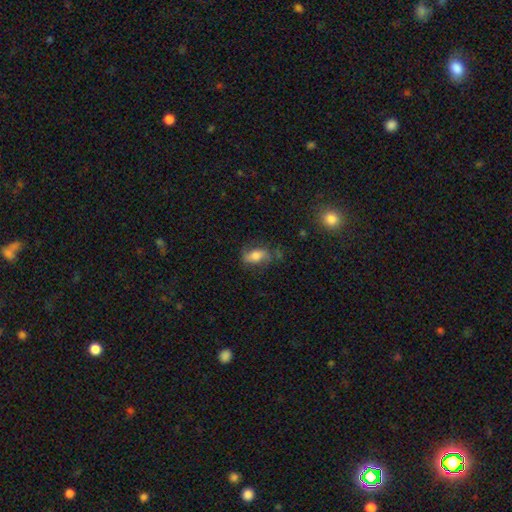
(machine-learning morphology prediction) Overall: smooth (60%; featured or disk 31%). How rounded: in between (85%). Merging: none (60%; minor disturbance 25%).